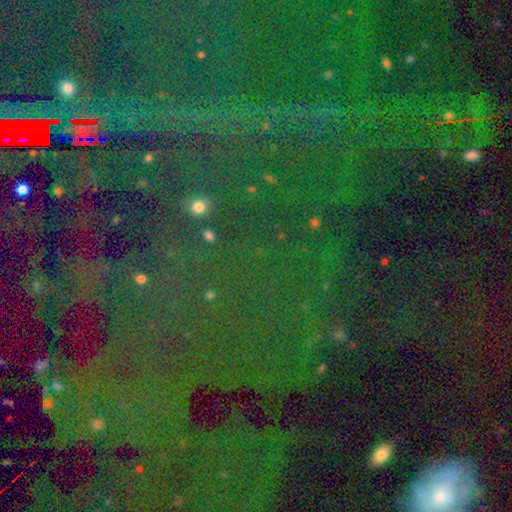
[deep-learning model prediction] smooth-or-featured: star or artifact: 82% | smooth: 10% | featured or disk: 8%